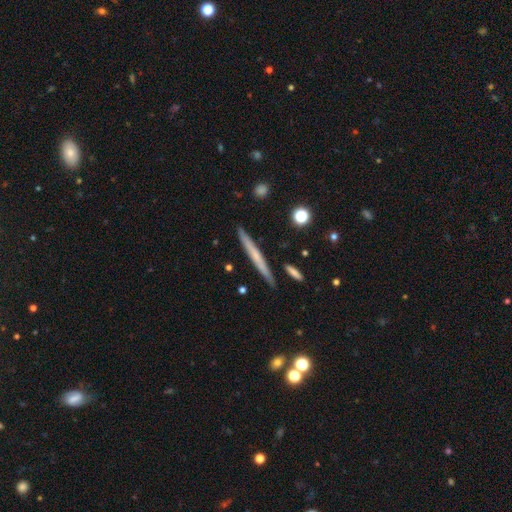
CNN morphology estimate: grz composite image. It shows a featured or disk galaxy (49%). Merging: none (89%).